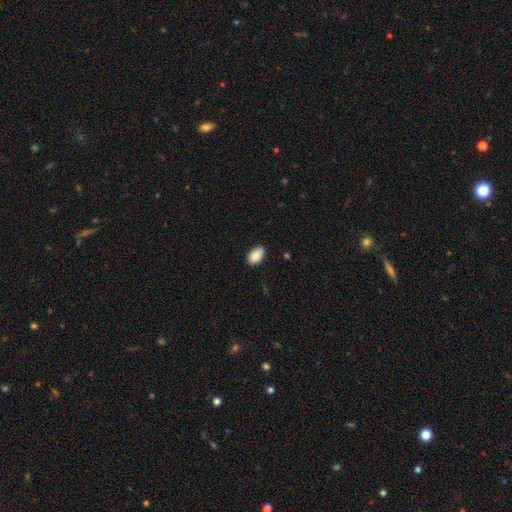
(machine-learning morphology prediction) The model was most divided on "merging": none: 83%, minor disturbance: 14%, major disturbance: 2%, merger: 1%. More confident: how rounded — in between (92%); smooth or featured — smooth (90%).